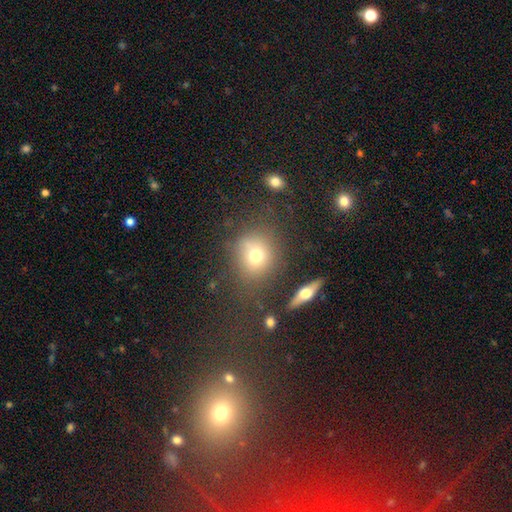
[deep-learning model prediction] Morphology: type=smooth (71%); roundness=round (74%); merging=none (72%).